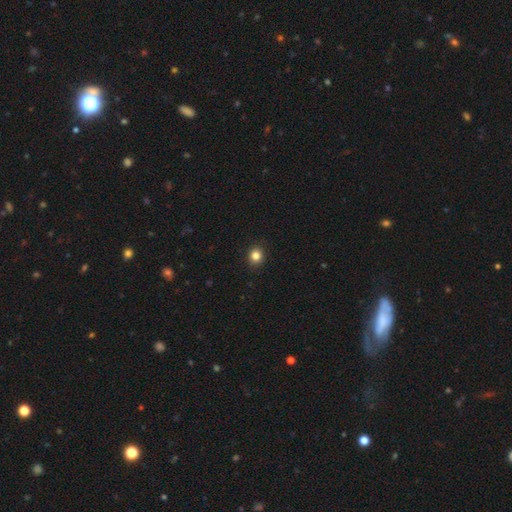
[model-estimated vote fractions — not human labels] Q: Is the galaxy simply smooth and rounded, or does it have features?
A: smooth — 84%.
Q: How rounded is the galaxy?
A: round — 81%.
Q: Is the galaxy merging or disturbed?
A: none — 92%.